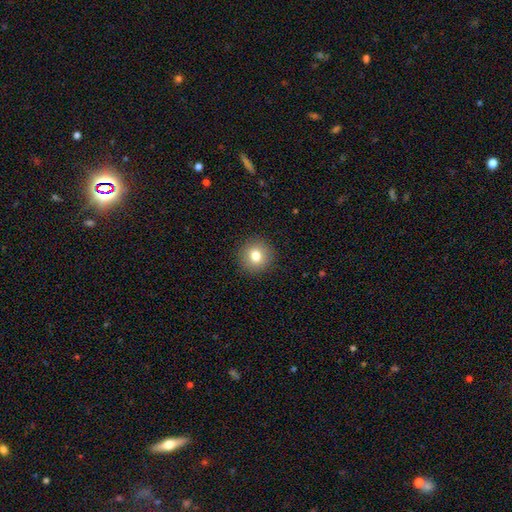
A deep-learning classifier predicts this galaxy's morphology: This is likely a smooth galaxy (78%). How rounded: clearly round (93%). Merging: clearly none (92%).